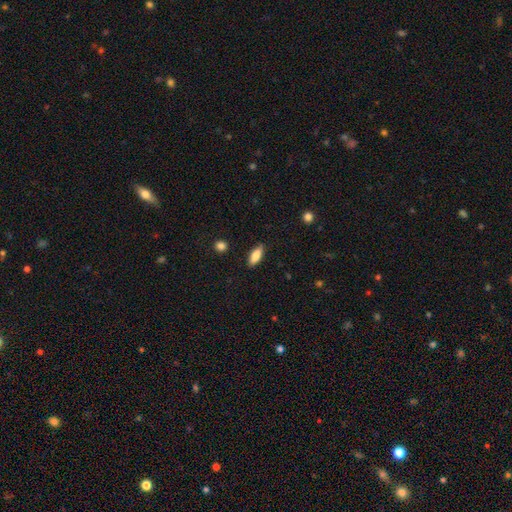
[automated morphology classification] smooth 85%, featured or disk 9%, star or artifact 6%. Down the decision tree: how rounded — in between (76%); merging — none (86%).